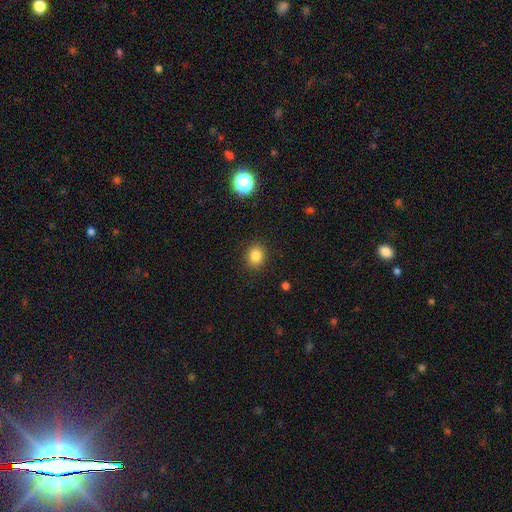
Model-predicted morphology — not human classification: This appears to be a smooth galaxy with no disk features (83%) that is round (68%). Merging: none (89%).